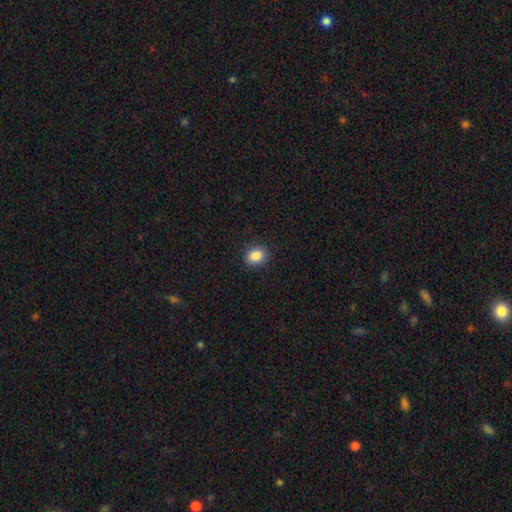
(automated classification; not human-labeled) A smooth galaxy with no disk features (87%) that is in between round and cigar-shaped (50%).

Vote fractions:
- Smooth or featured? smooth: 87% / star or artifact: 9% / featured or disk: 4%
- How rounded? in between: 50% / round: 48% / cigar-shaped: 1%
- Merging? none: 89% / minor disturbance: 8% / major disturbance: 2% / merger: 1%